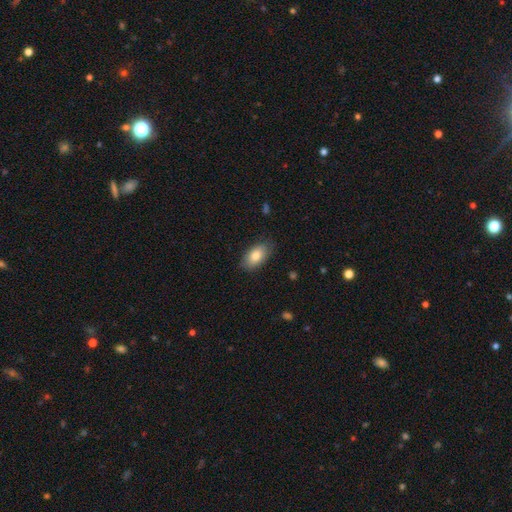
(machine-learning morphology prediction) type=smooth (83%); roundness=in between (93%); merging=none (82%).